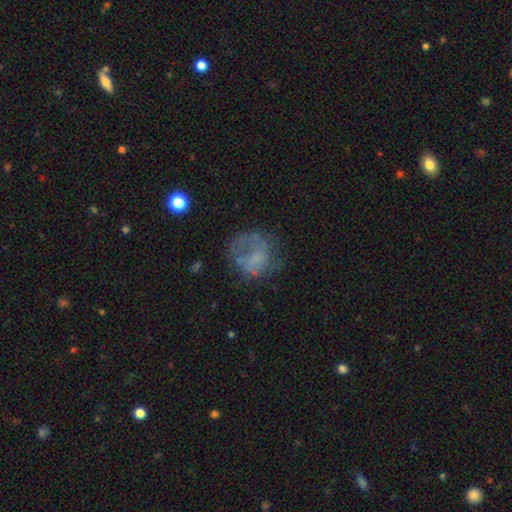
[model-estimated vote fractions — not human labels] smooth-or-featured: featured or disk: 44% | smooth: 42% | star or artifact: 15%
  merging: none: 44% | major disturbance: 31% | minor disturbance: 21% | merger: 4%